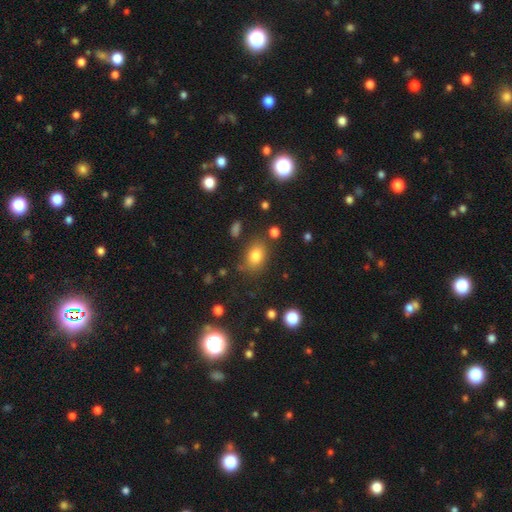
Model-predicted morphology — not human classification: This is likely a smooth galaxy (80%). How rounded: likely in between (73%). Merging: likely none (77%).